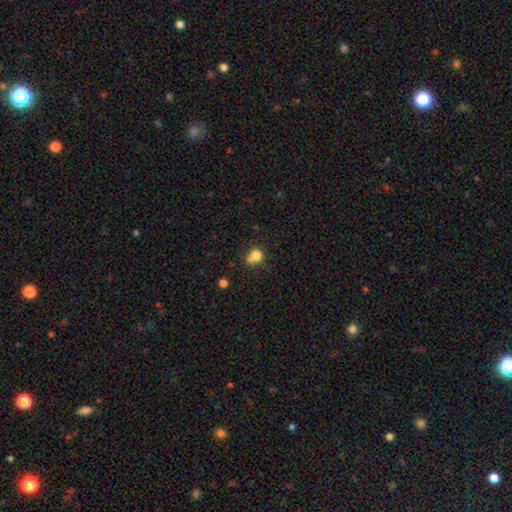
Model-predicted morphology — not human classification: Smooth or featured?
  - smooth: 79% *
  - star or artifact: 12%
  - featured or disk: 9%
How rounded?
  - round: 75% *
  - in between: 24%
  - cigar-shaped: 1%
Merging?
  - none: 46% *
  - merger: 27%
  - minor disturbance: 20%
  - major disturbance: 7%